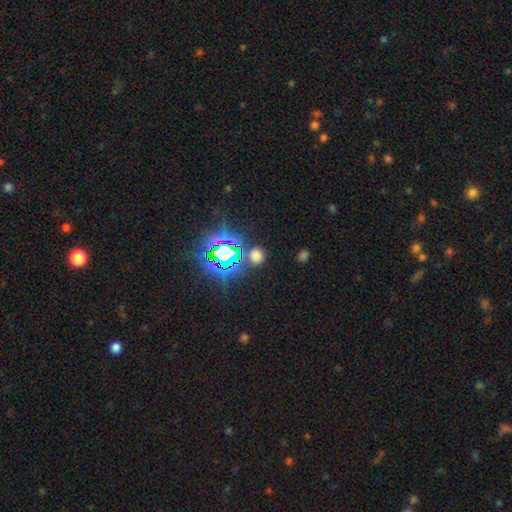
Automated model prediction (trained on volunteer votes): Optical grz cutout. It shows a smooth galaxy with no disk features (52%) that is round (84%). Merging: none (83%).